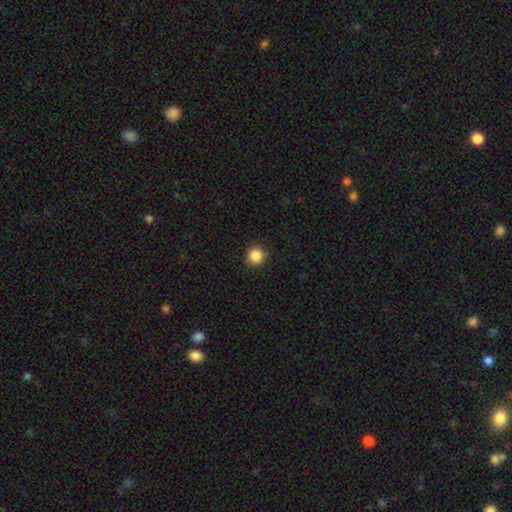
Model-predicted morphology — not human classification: This is clearly a smooth galaxy (87%). How rounded: clearly round (92%). Merging: clearly none (90%).